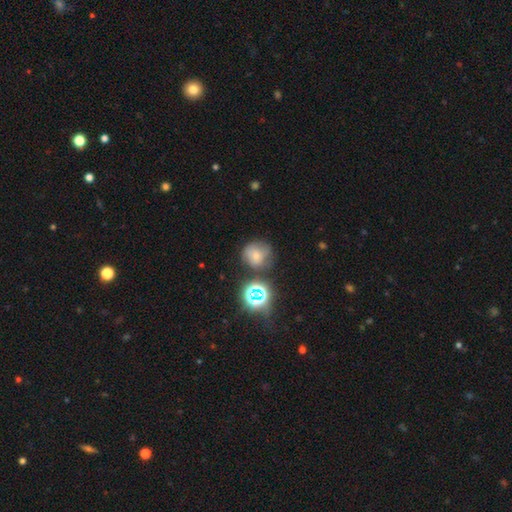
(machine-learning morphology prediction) Overall: smooth (55%; featured or disk 23%). How rounded: round (83%). Merging: none (57%; minor disturbance 23%).